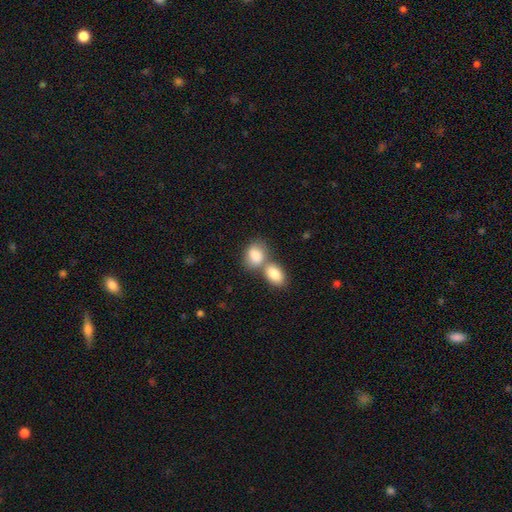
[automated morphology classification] A smooth galaxy with no disk features (83%) that is in between round and cigar-shaped (75%).

Vote fractions:
- Smooth or featured? smooth: 83% / featured or disk: 10% / star or artifact: 6%
- How rounded? in between: 75% / round: 23% / cigar-shaped: 1%
- Merging? merger: 58% / none: 29% / minor disturbance: 9% / major disturbance: 3%